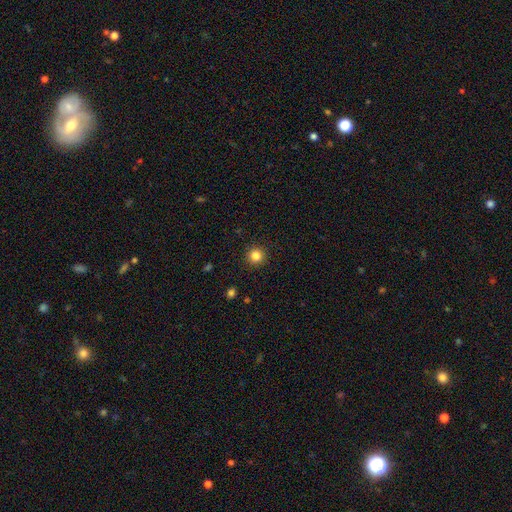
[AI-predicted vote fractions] Smooth or featured? smooth (84%)
How rounded? round (95%)
Merging? none (92%)